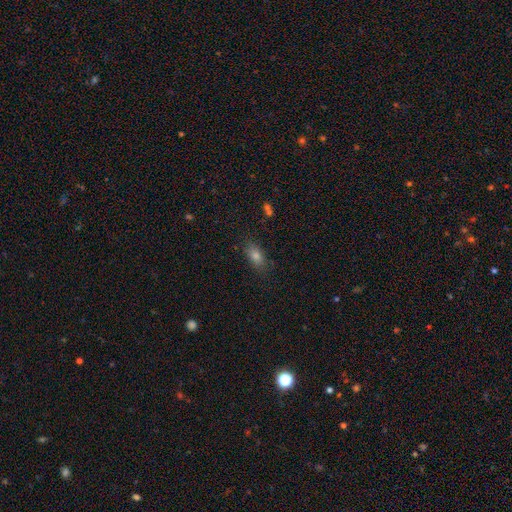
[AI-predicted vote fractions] smooth 73%, star or artifact 16%, featured or disk 10%. Down the decision tree: how rounded — in between (81%); merging — none (84%).